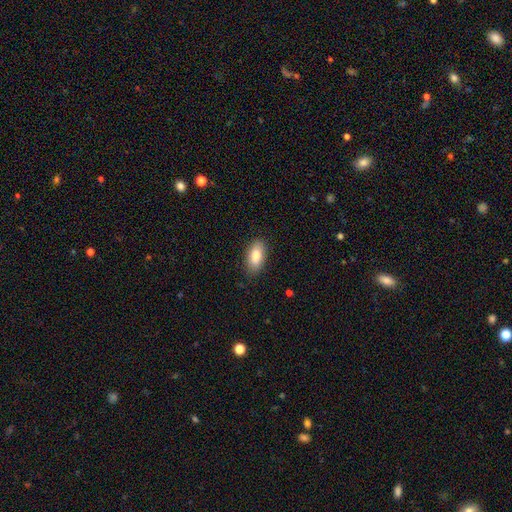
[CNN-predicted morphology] Smooth or featured?
  - smooth: 84% *
  - featured or disk: 9%
  - star or artifact: 7%
How rounded?
  - in between: 91% *
  - cigar-shaped: 5%
  - round: 3%
Merging?
  - none: 86% *
  - minor disturbance: 11%
  - major disturbance: 2%
  - merger: 1%